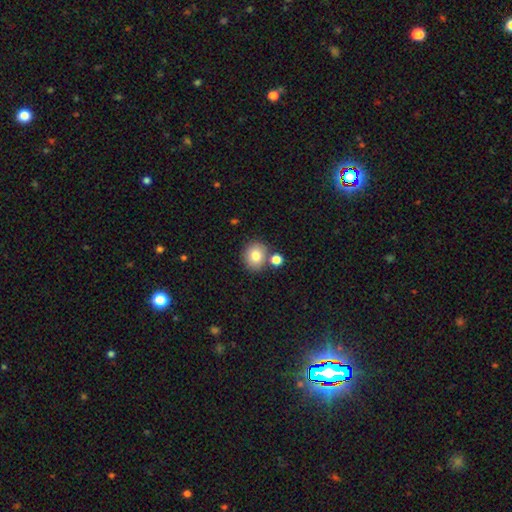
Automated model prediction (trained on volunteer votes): Smooth or featured?
  - smooth: 79% *
  - star or artifact: 11%
  - featured or disk: 10%
How rounded?
  - round: 76% *
  - in between: 23%
  - cigar-shaped: 1%
Merging?
  - none: 72% *
  - merger: 15%
  - minor disturbance: 10%
  - major disturbance: 3%